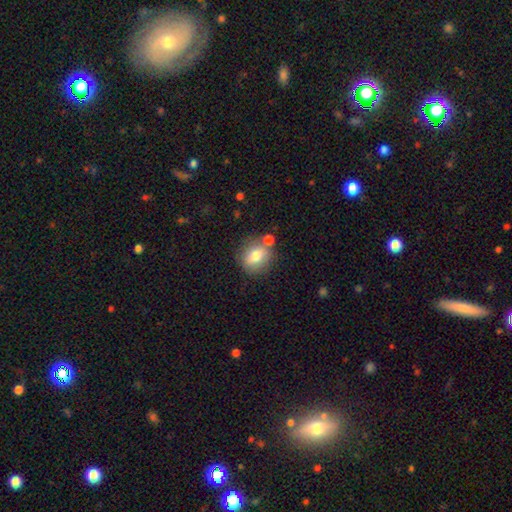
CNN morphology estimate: This appears to be a smooth galaxy with no disk features (71%) that is round (73%). Merging: none (71%).